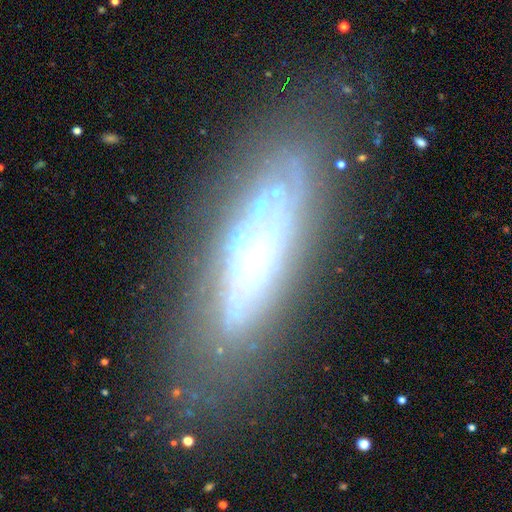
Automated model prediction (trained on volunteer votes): smooth-or-featured: featured or disk: 64% | smooth: 23% | star or artifact: 13%
  disk-edge-on: no: 61% | yes: 39%
  merging: none: 70% | minor disturbance: 18% | major disturbance: 9% | merger: 4%